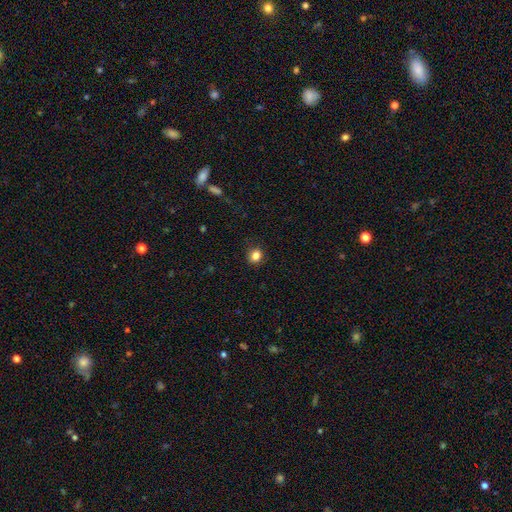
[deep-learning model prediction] smooth-or-featured: smooth: 84% | star or artifact: 12% | featured or disk: 5%
  how-rounded: round: 76% | in between: 23% | cigar-shaped: 1%
  merging: none: 88% | minor disturbance: 9% | major disturbance: 2% | merger: 1%